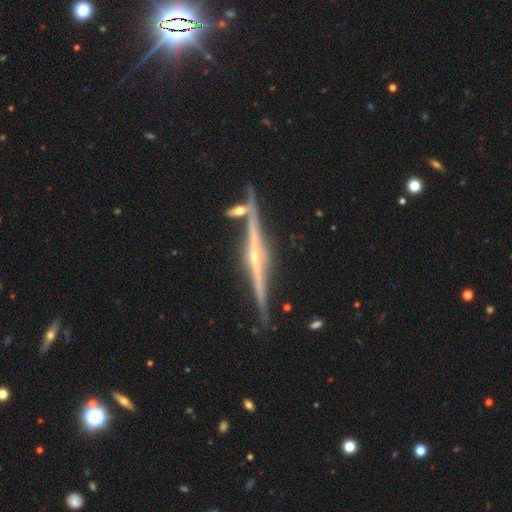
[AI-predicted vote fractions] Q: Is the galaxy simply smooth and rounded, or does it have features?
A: featured or disk — 87%.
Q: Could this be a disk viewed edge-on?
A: yes — 98%.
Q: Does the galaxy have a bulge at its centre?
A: rounded — 66%.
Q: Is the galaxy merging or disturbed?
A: none — 80%.